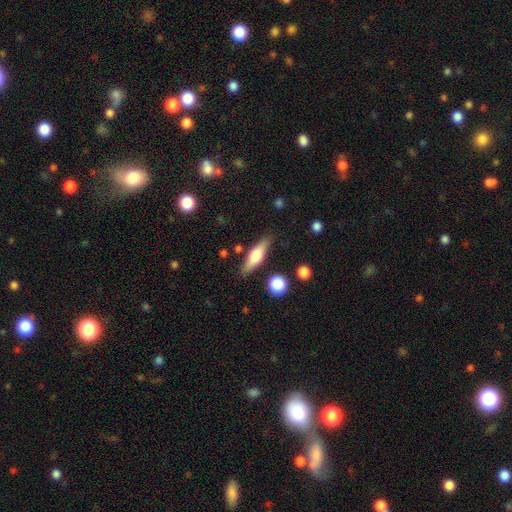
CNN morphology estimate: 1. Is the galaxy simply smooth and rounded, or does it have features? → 49% smooth, 44% featured or disk, 6% star or artifact.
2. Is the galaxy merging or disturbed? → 83% none, 11% minor disturbance, 3% merger, 3% major disturbance.